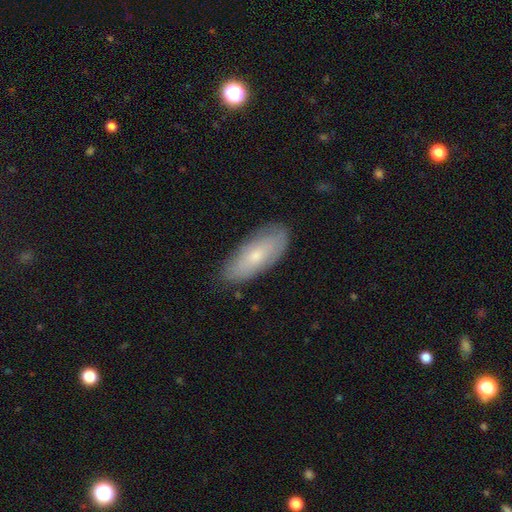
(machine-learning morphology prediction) smooth_or_featured: smooth (p=0.61) [alt: featured or disk p=0.32]
how_rounded: in between (p=0.79) [alt: cigar-shaped p=0.18]
merging: none (p=0.80) [alt: minor disturbance p=0.16]